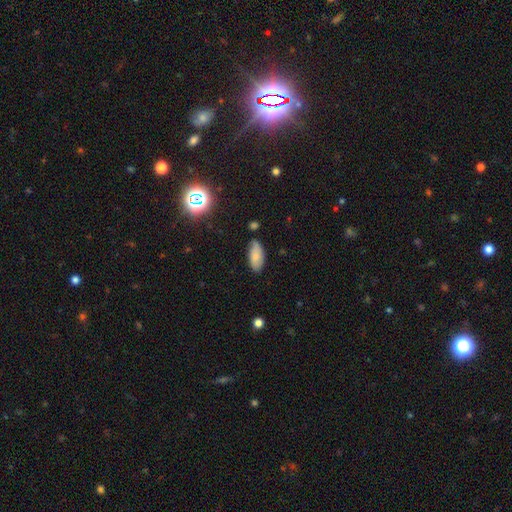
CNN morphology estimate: Smooth or featured? smooth (77%)
How rounded? in between (89%)
Merging? none (75%)